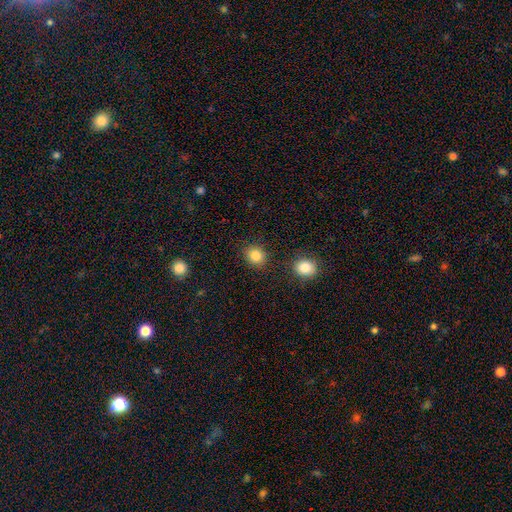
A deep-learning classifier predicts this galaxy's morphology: Q: Smooth or featured?
A: smooth (85%); runner-up: star or artifact (10%)
Q: How rounded?
A: round (74%); runner-up: in between (25%)
Q: Merging?
A: none (86%); runner-up: minor disturbance (8%)